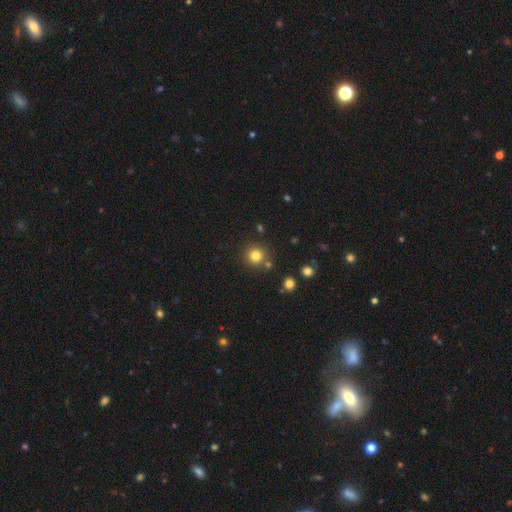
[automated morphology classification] smooth-or-featured: smooth: 79% | star or artifact: 14% | featured or disk: 7%
  how-rounded: round: 94% | in between: 5% | cigar-shaped: 1%
  merging: none: 83% | merger: 8% | minor disturbance: 7% | major disturbance: 2%